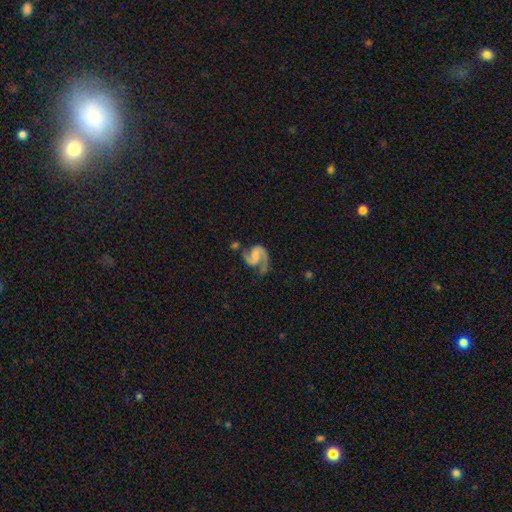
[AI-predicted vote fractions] Smooth or featured?
  - featured or disk: 90% *
  - smooth: 5%
  - star or artifact: 5%
Edge-on disk?
  - no: 98% *
  - yes: 2%
Bar?
  - weak: 44% *
  - no: 40%
  - strong: 16%
Spiral arms?
  - yes: 98% *
  - no: 2%
Spiral winding?
  - medium: 59% *
  - loose: 21%
  - tight: 20%
Spiral arm count?
  - 2: 90% *
  - 1: 5%
  - can't tell: 2%
  - 3: 1%
  - 4: 1%
  - more than 4: 1%
Bulge size?
  - small: 35% *
  - none: 33%
  - moderate: 26%
  - large: 5%
  - dominant: 1%
Merging?
  - none: 58% *
  - minor disturbance: 21%
  - major disturbance: 14%
  - merger: 8%